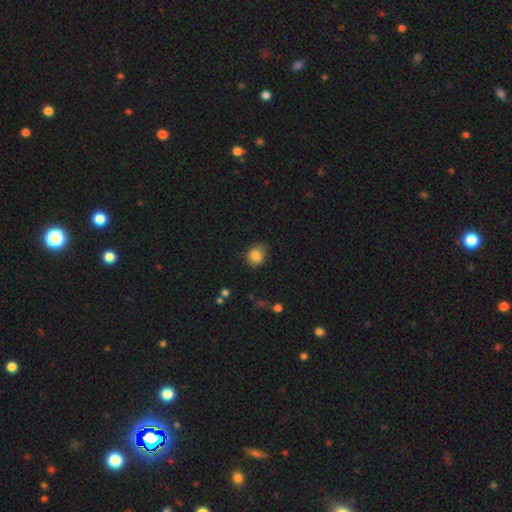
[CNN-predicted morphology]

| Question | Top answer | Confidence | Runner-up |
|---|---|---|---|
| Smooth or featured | smooth | 82% | star or artifact (9%) |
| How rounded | round | 64% | in between (35%) |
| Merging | none | 67% | minor disturbance (26%) |